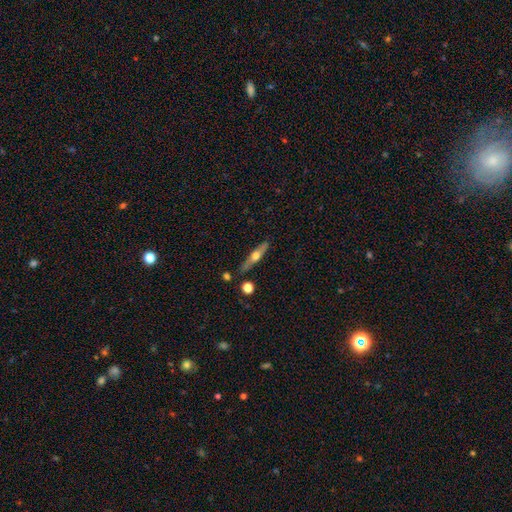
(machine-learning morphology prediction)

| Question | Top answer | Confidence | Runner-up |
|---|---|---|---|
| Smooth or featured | featured or disk | 54% | smooth (40%) |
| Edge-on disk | yes | 90% | no (10%) |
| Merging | none | 80% | minor disturbance (13%) |